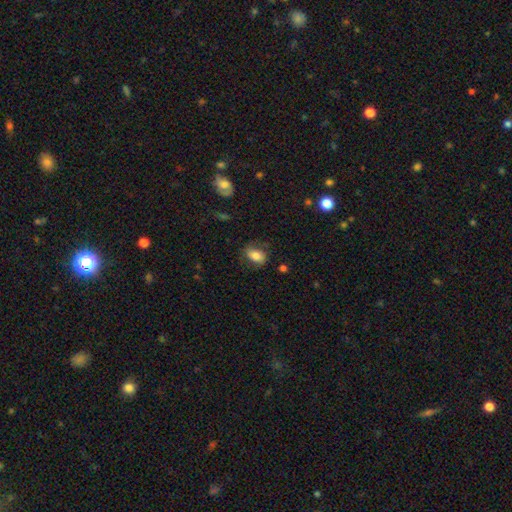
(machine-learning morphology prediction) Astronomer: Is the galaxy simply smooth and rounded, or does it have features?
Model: smooth — 75%.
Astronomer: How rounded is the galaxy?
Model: in between — 82%.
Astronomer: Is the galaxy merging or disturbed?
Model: none — 71%.